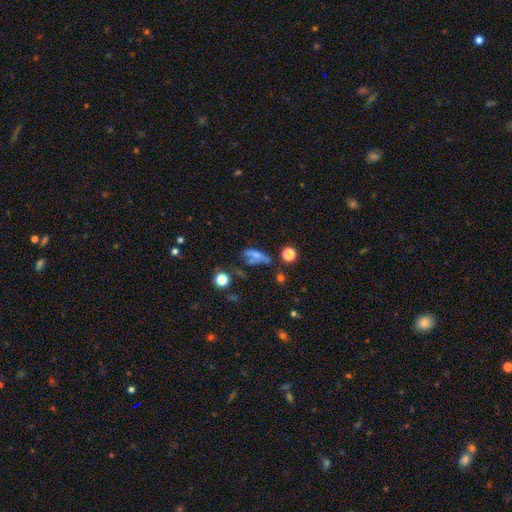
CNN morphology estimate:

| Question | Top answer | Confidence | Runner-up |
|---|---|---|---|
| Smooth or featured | smooth | 56% | featured or disk (28%) |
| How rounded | in between | 51% | cigar-shaped (38%) |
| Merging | none | 40% | minor disturbance (23%) |